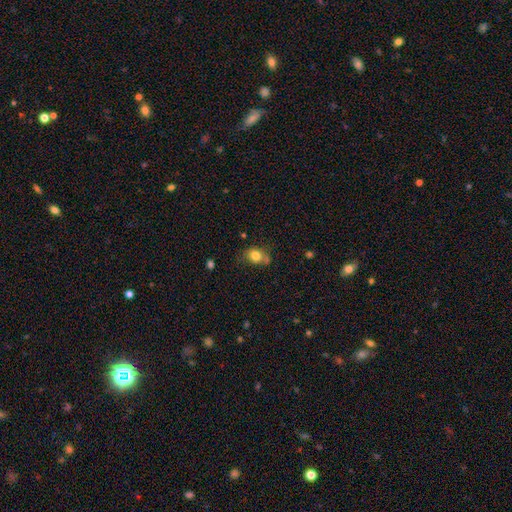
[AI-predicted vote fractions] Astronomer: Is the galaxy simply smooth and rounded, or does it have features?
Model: smooth — 80%.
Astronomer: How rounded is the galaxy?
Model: round — 50% (runner-up: in between, 49%).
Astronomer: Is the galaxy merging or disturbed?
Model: none — 57%.